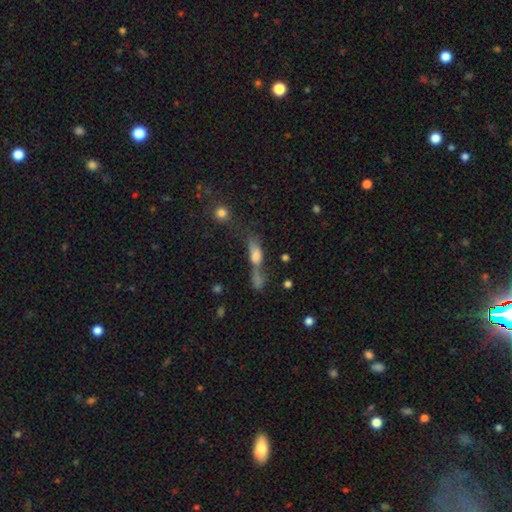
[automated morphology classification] Overall: smooth (53%; featured or disk 31%). How rounded: cigar-shaped (46%; in between 45%). Merging: merger (36%; none 31%).